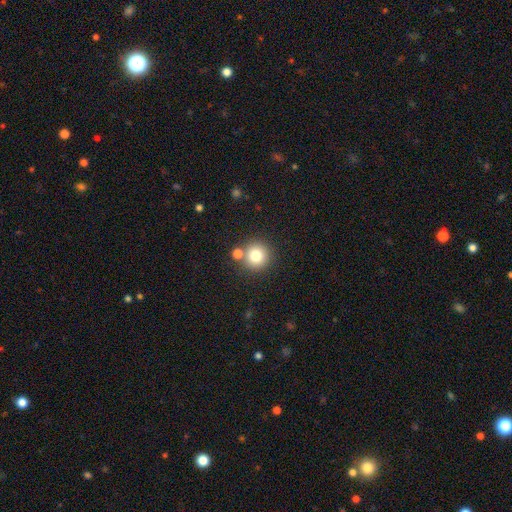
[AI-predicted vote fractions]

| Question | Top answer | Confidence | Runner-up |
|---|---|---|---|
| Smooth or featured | smooth | 79% | star or artifact (12%) |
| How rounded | round | 93% | in between (6%) |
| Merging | none | 75% | merger (14%) |